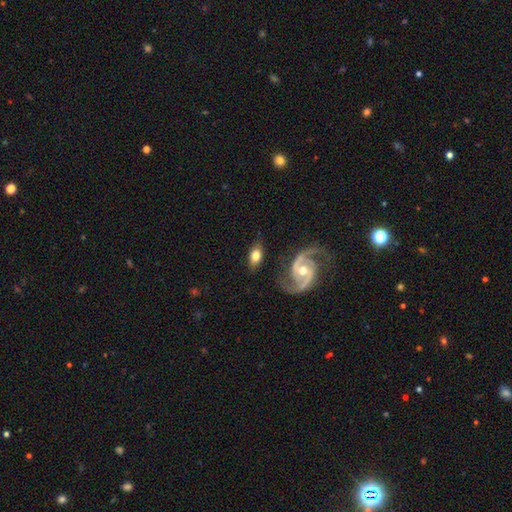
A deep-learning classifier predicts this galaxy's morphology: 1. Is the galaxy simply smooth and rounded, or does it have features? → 54% smooth, 39% featured or disk, 7% star or artifact.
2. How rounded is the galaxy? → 86% in between, 10% round, 4% cigar-shaped.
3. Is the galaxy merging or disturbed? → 76% none, 15% minor disturbance, 5% major disturbance, 4% merger.